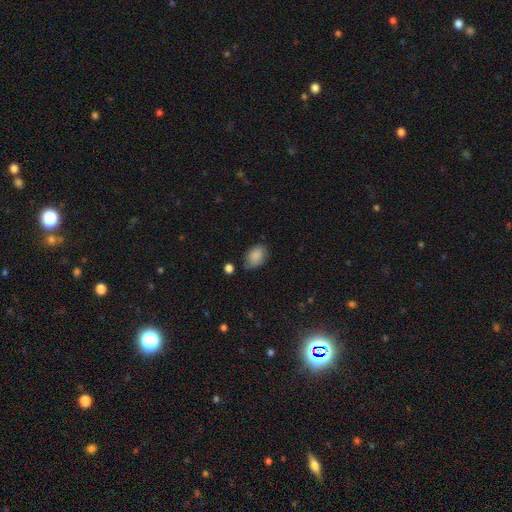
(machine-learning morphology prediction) smooth 86%, star or artifact 8%, featured or disk 6%. Down the decision tree: how rounded — in between (78%); merging — none (66%).